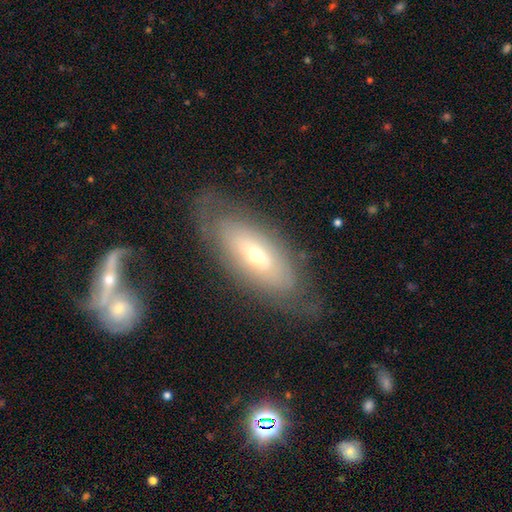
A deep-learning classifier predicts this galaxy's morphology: smooth-or-featured: featured or disk: 56% | smooth: 35% | star or artifact: 9%
  disk-edge-on: no: 79% | yes: 21%
  merging: none: 70% | minor disturbance: 17% | major disturbance: 9% | merger: 4%